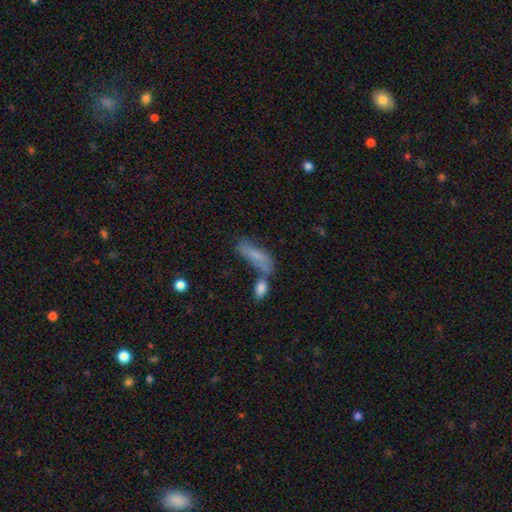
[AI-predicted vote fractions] Smooth or featured?
  - smooth: 70% *
  - featured or disk: 21%
  - star or artifact: 9%
How rounded?
  - in between: 56% *
  - cigar-shaped: 41%
  - round: 3%
Merging?
  - none: 41% *
  - merger: 31%
  - minor disturbance: 19%
  - major disturbance: 9%